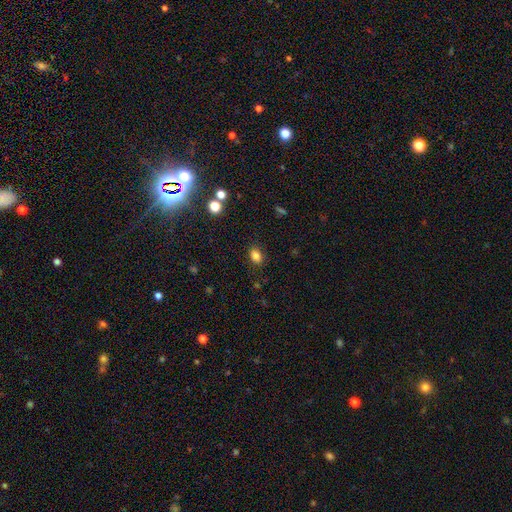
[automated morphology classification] type=smooth (82%); roundness=in between (67%); merging=none (85%).